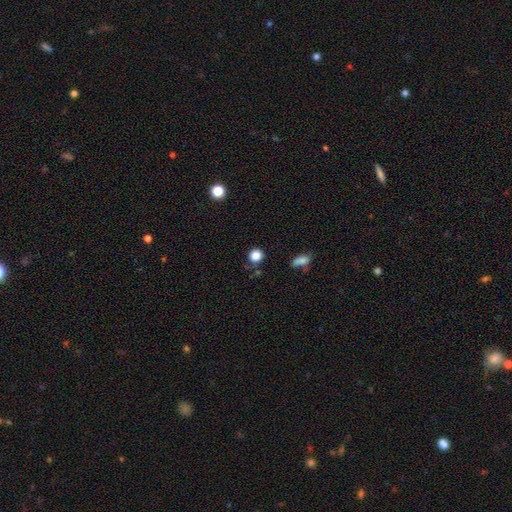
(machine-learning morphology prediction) The model was most divided on "merging": none: 81%, minor disturbance: 11%, merger: 4%, major disturbance: 4%. More confident: how rounded — round (89%); smooth or featured — smooth (84%).